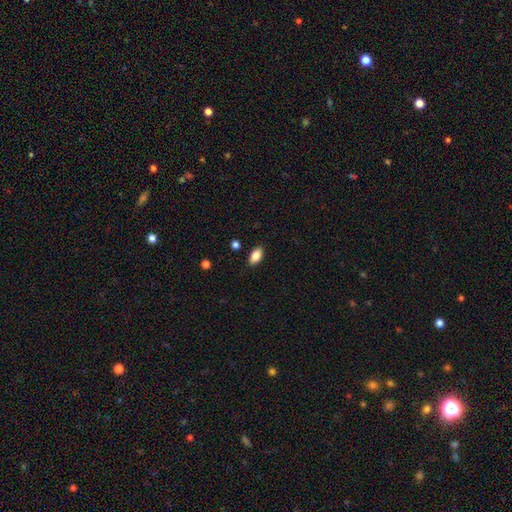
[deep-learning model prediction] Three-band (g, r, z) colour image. It shows a smooth galaxy with no disk features (85%) that is in between round and cigar-shaped (91%). Merging: none (87%).